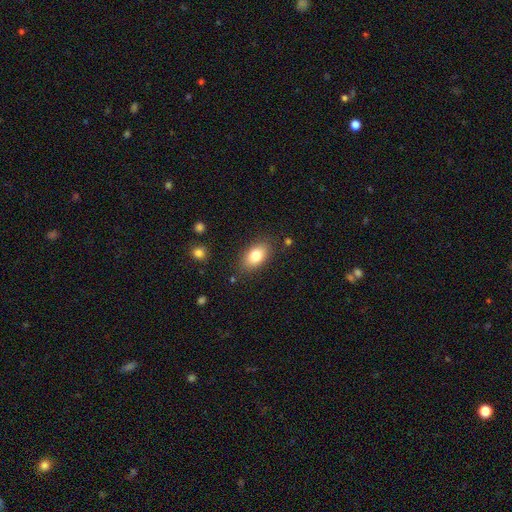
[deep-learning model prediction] This is clearly a smooth galaxy (80%). How rounded: clearly in between (90%). Merging: clearly none (84%).